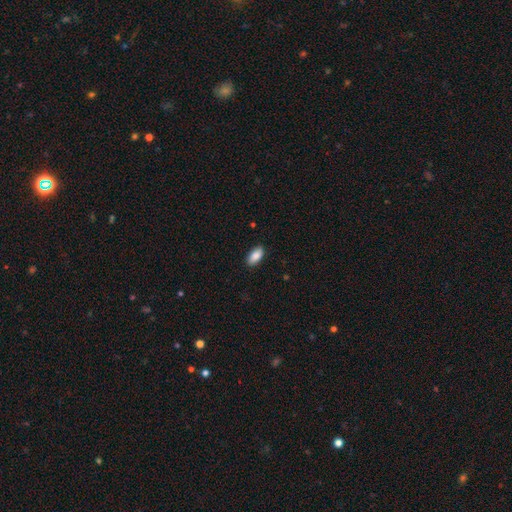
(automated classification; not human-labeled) A smooth galaxy with no disk features (88%) that is in between round and cigar-shaped (93%). Merging: none (88%).